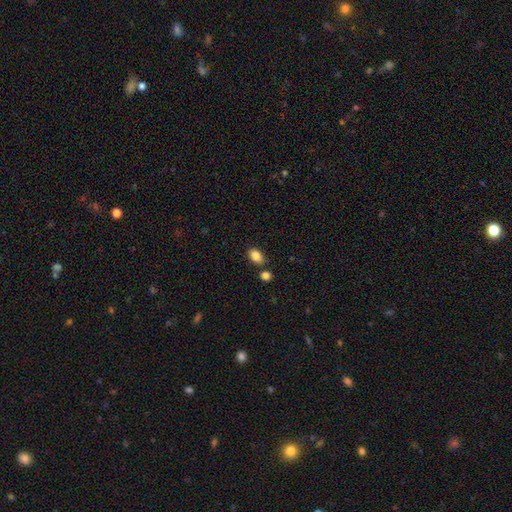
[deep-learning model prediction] Overall: smooth (86%). How rounded: in between (86%). Merging: none (75%).